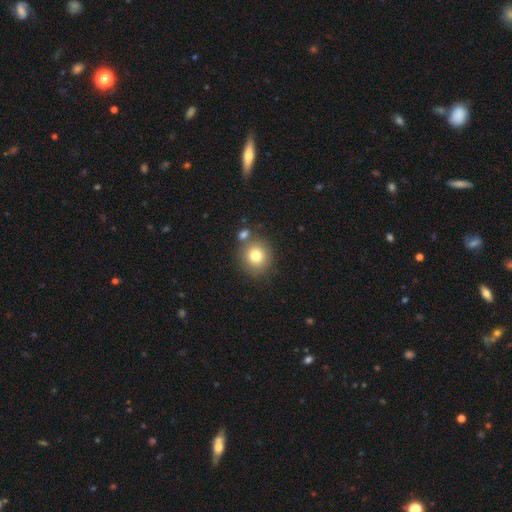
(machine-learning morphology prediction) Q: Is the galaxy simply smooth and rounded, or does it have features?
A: smooth — 78%.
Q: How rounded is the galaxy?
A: round — 87%.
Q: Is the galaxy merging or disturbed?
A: none — 72%.